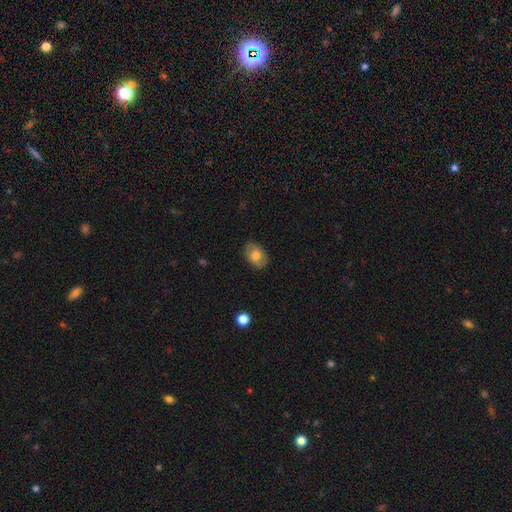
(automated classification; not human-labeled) Smooth or featured?
  - smooth: 72% *
  - featured or disk: 21%
  - star or artifact: 7%
How rounded?
  - in between: 83% *
  - round: 16%
  - cigar-shaped: 1%
Merging?
  - none: 82% *
  - minor disturbance: 14%
  - major disturbance: 3%
  - merger: 1%